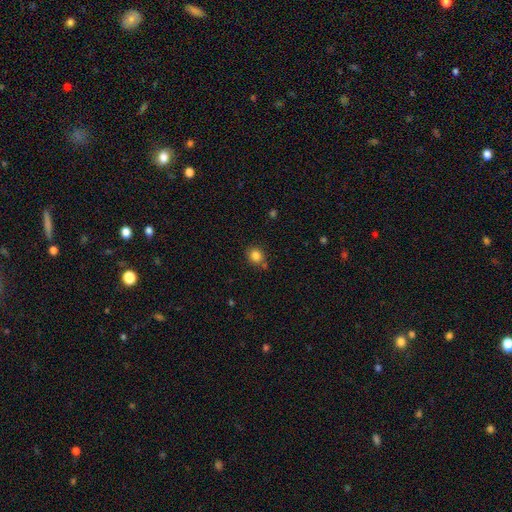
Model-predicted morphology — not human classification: smooth 84%, star or artifact 11%, featured or disk 5%. Down the decision tree: how rounded — round (76%); merging — none (76%).